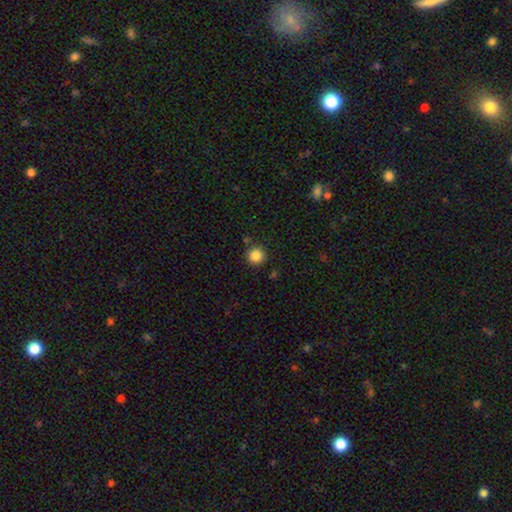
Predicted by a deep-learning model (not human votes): smooth_or_featured: smooth (p=0.85) [alt: star or artifact p=0.11]
how_rounded: round (p=0.95) [alt: in between p=0.04]
merging: none (p=0.87) [alt: minor disturbance p=0.07]